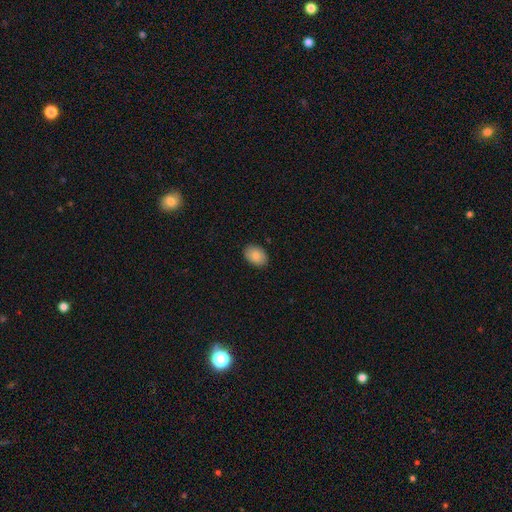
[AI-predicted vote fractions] Morphology: type=smooth (84%); roundness=in between (78%); merging=none (88%).